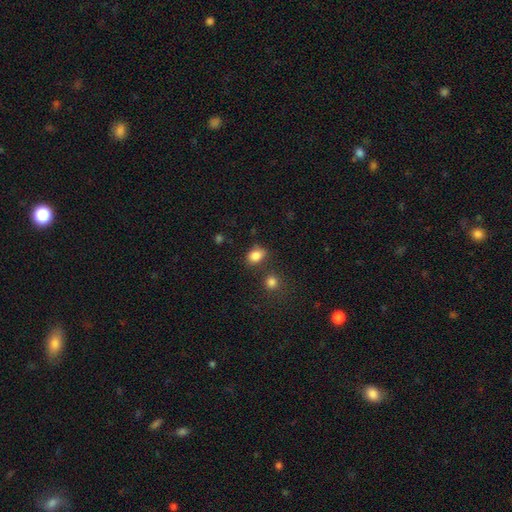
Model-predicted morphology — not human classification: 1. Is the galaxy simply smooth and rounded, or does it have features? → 84% smooth, 10% star or artifact, 5% featured or disk.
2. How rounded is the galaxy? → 73% in between, 26% round, 1% cigar-shaped.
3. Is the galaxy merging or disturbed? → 71% none, 15% minor disturbance, 10% merger, 4% major disturbance.